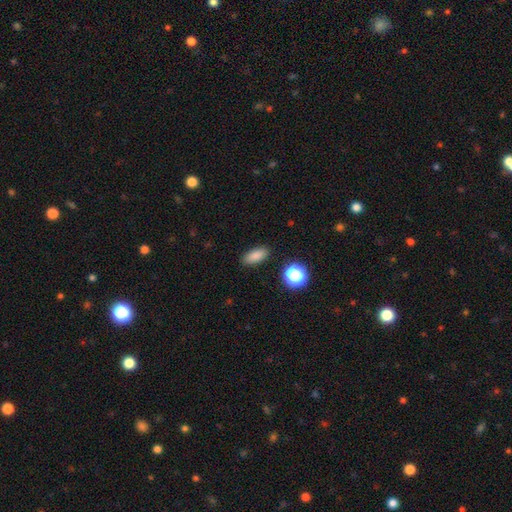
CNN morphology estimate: smooth 84%, star or artifact 11%, featured or disk 5%. Down the decision tree: how rounded — in between (80%); merging — none (89%).